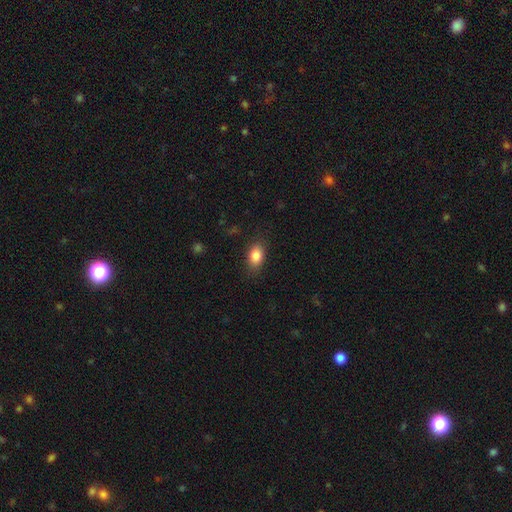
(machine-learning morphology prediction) smooth_or_featured: smooth (p=0.85) [alt: star or artifact p=0.08]
how_rounded: in between (p=0.86) [alt: round p=0.12]
merging: none (p=0.84) [alt: minor disturbance p=0.12]